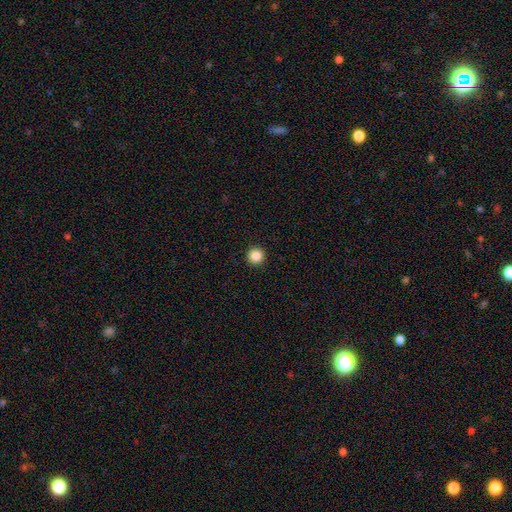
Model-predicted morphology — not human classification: smooth 86%, star or artifact 10%, featured or disk 4%. Down the decision tree: how rounded — round (96%); merging — none (94%).